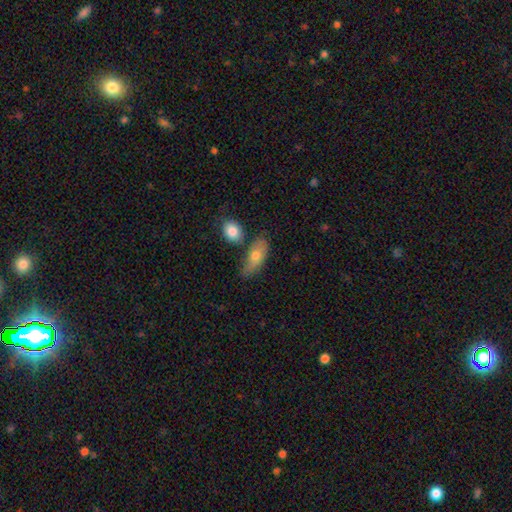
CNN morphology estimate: A smooth galaxy with no disk features (70%) that is in between round and cigar-shaped (80%).

Vote fractions:
- Smooth or featured? smooth: 70% / featured or disk: 23% / star or artifact: 7%
- How rounded? in between: 80% / cigar-shaped: 14% / round: 6%
- Merging? none: 55% / minor disturbance: 22% / merger: 16% / major disturbance: 7%